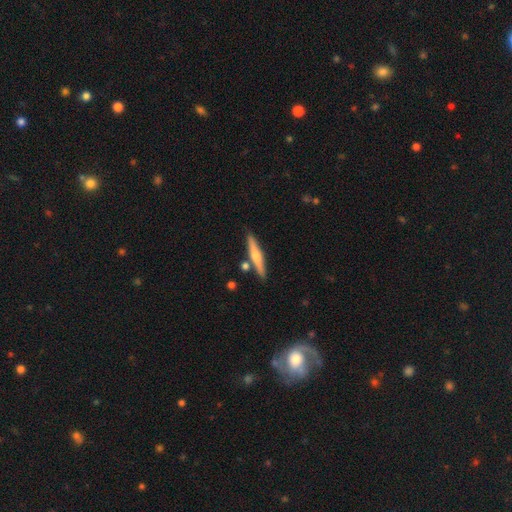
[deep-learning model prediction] The model was most divided on "smooth or featured": featured or disk: 51%, smooth: 44%, star or artifact: 6%. More confident: edge-on disk — yes (96%); merging — none (84%).